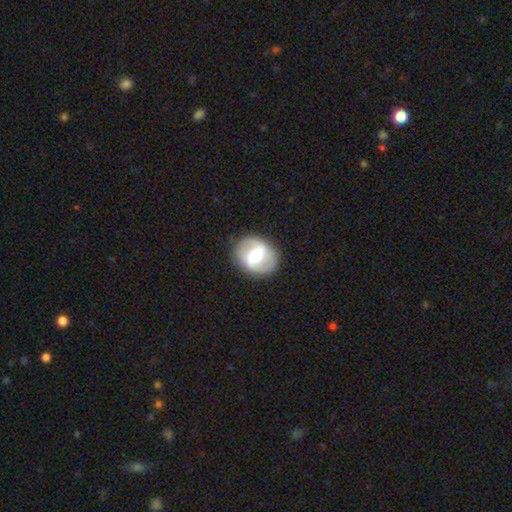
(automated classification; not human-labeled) A featured or disk galaxy (61%) with a strong bar (47%), spiral arms (59%) and a moderate central bulge (60%). Merging: none (86%).